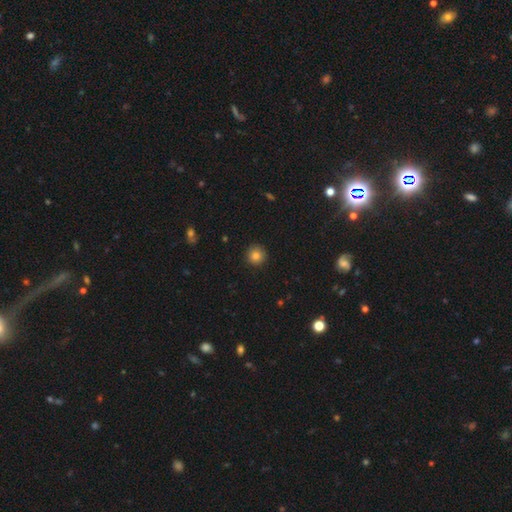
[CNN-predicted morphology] A smooth galaxy with no disk features (83%) that is round (95%). Merging: none (91%).